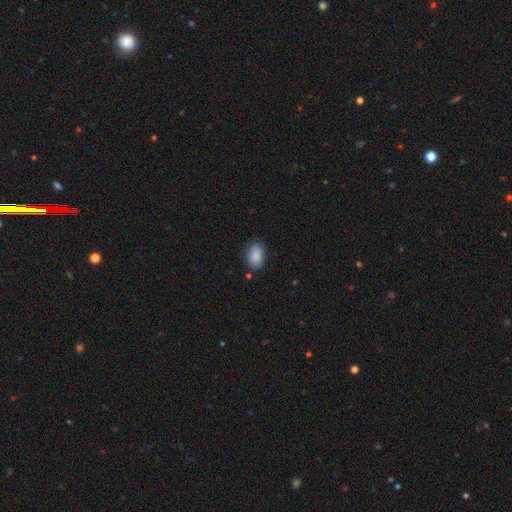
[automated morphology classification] This is clearly a smooth galaxy (88%). How rounded: clearly in between (86%). Merging: clearly none (81%).